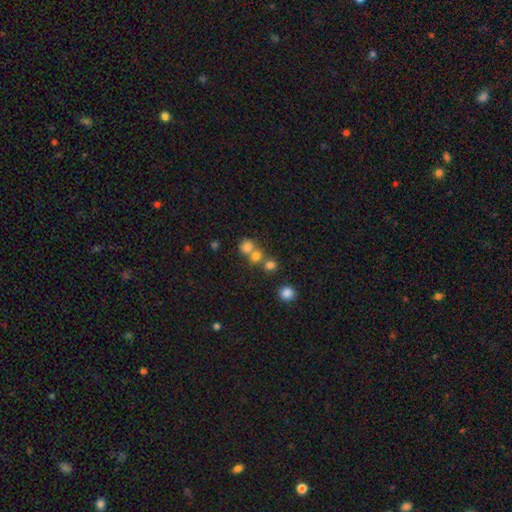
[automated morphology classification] Smooth or featured: smooth — 72% (star or artifact — 16%)
How rounded: round — 78% (in between — 21%)
Merging: merger — 46% (none — 42%)